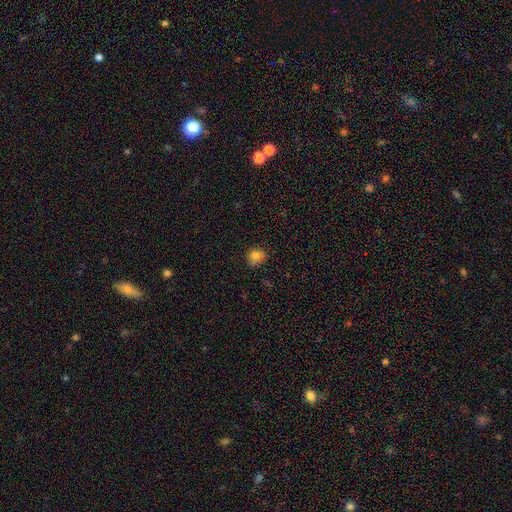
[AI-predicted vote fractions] Smooth or featured? Predicted: smooth (p=0.79). How rounded? Predicted: round (p=0.74). Merging? Predicted: none (p=0.63).